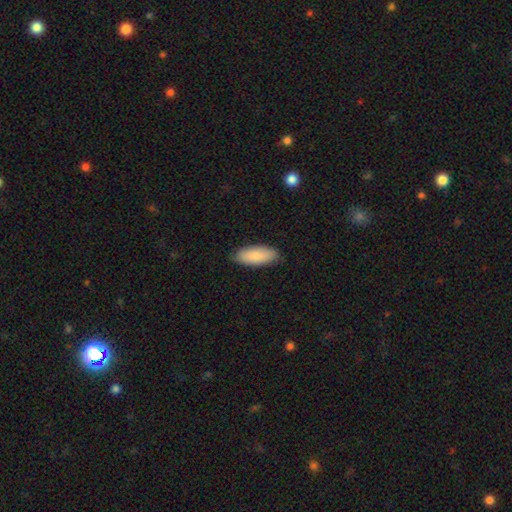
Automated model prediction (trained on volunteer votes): Morphology: type=smooth (87%); roundness=in between (79%); merging=none (86%).